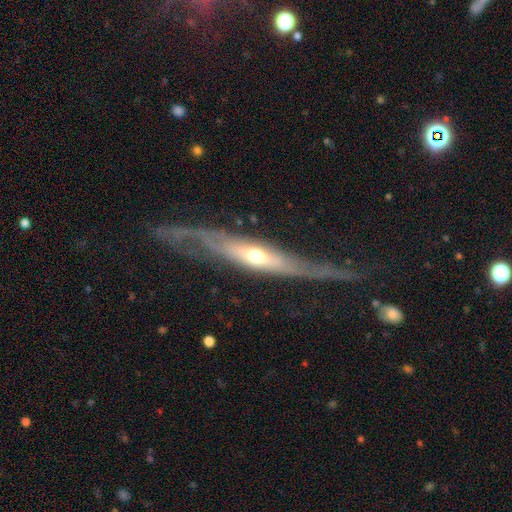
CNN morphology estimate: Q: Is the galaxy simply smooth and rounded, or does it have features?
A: featured or disk — 77%.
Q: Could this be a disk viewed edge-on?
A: yes — 70%.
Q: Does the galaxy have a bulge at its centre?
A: rounded — 81%.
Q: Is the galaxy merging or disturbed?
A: none — 62%.